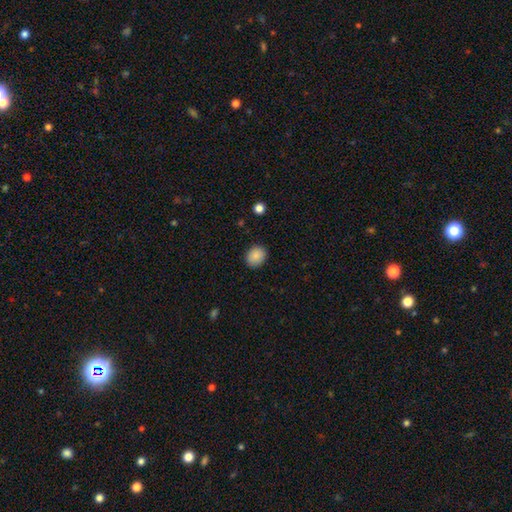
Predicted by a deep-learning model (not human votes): smooth 88%, star or artifact 8%, featured or disk 3%. Down the decision tree: how rounded — round (56%); merging — none (88%).